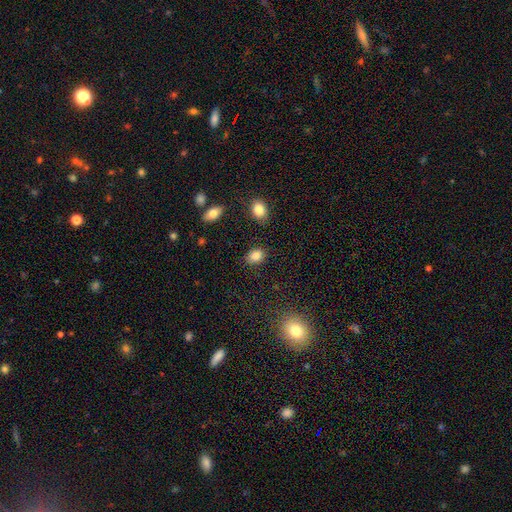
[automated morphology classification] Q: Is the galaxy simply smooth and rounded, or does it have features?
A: smooth — 85%.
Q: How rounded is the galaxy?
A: in between — 72%.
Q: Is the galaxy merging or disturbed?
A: none — 84%.